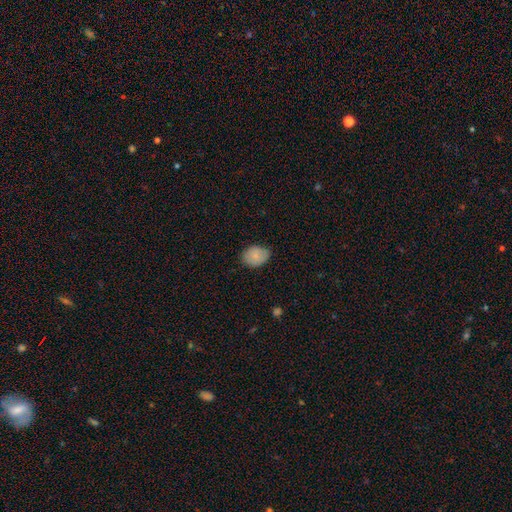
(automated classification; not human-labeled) This appears to be a smooth galaxy with no disk features (83%) that is in between round and cigar-shaped (67%). Merging: none (75%).